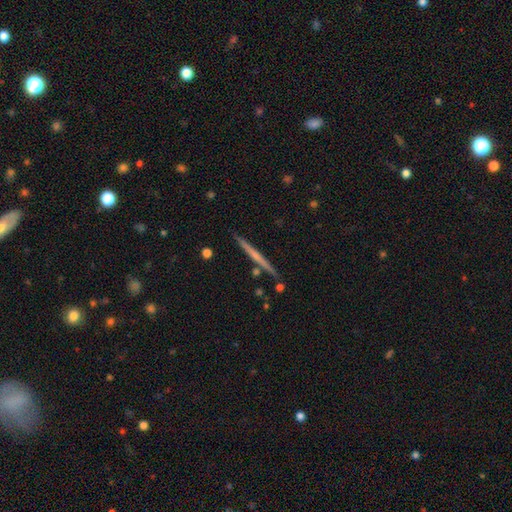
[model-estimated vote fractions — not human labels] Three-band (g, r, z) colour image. It shows a featured or disk galaxy (58%) viewed edge-on (98%) with no central bulge (78%). Merging: none (89%).